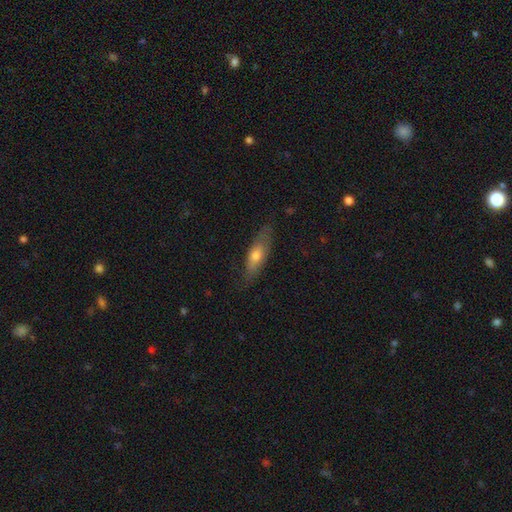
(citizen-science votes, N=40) A smooth galaxy with no disk features (50%) that is cigar-shaped (50%). Merging: none (82%).